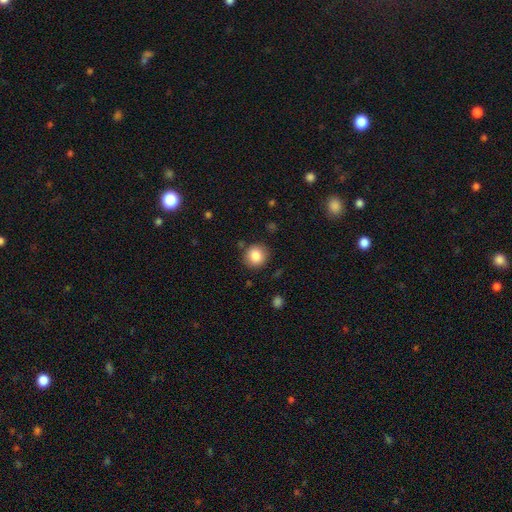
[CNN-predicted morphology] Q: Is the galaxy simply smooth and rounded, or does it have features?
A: smooth — 85%.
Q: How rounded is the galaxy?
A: round — 91%.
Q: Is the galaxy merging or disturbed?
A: none — 86%.